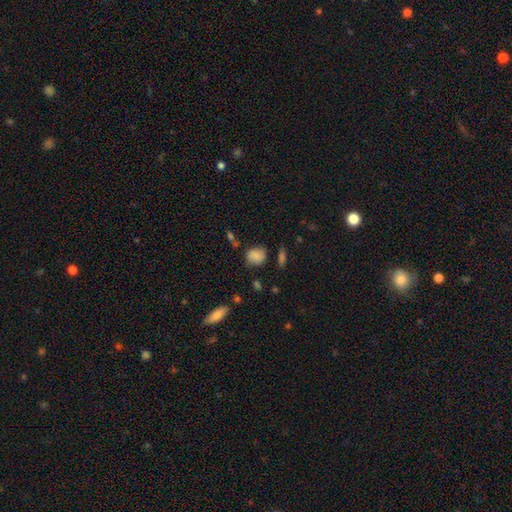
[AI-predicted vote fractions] Overall: smooth (80%). How rounded: round (59%; in between 39%). Merging: none (65%).